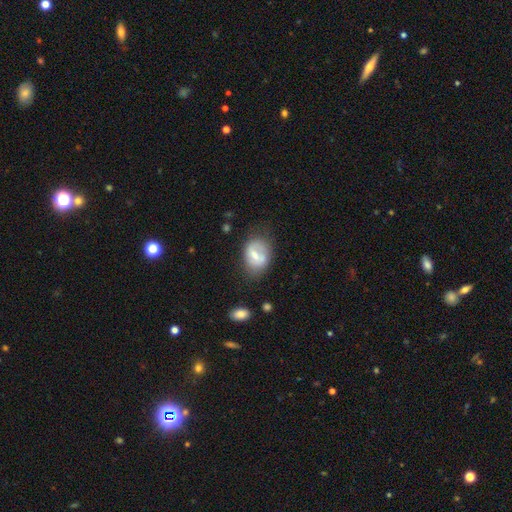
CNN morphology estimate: smooth-or-featured: smooth: 53% | featured or disk: 39% | star or artifact: 8%
  how-rounded: in between: 73% | round: 26% | cigar-shaped: 2%
  merging: none: 53% | minor disturbance: 27% | major disturbance: 14% | merger: 5%